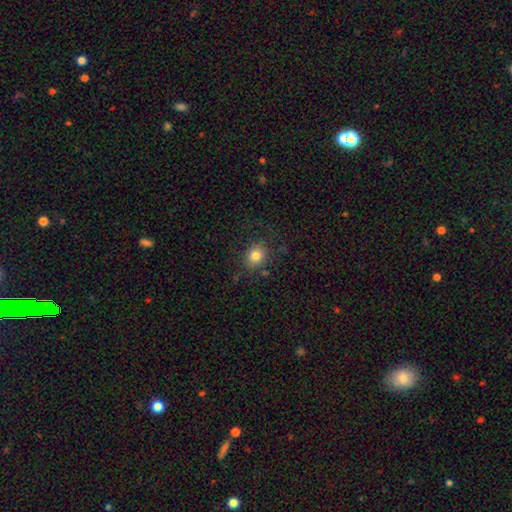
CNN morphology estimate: Smooth or featured? Predicted: smooth (p=0.82). How rounded? Predicted: round (p=0.71). Merging? Predicted: none (p=0.83).